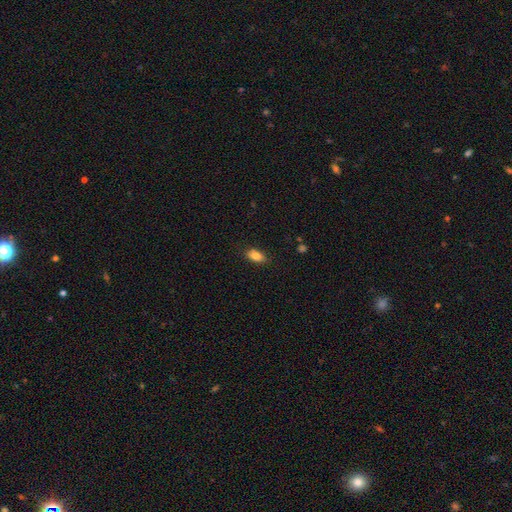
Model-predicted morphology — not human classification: The model was most divided on "merging": none: 84%, minor disturbance: 13%, major disturbance: 3%, merger: 1%. More confident: how rounded — in between (88%); smooth or featured — smooth (84%).